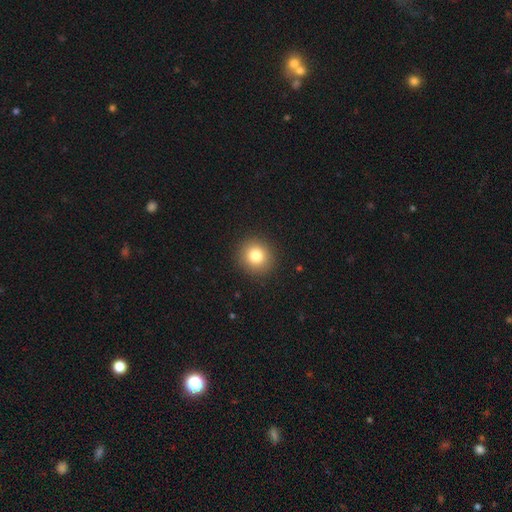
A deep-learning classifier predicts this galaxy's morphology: This is clearly a smooth galaxy (82%). How rounded: clearly round (89%). Merging: clearly none (92%).